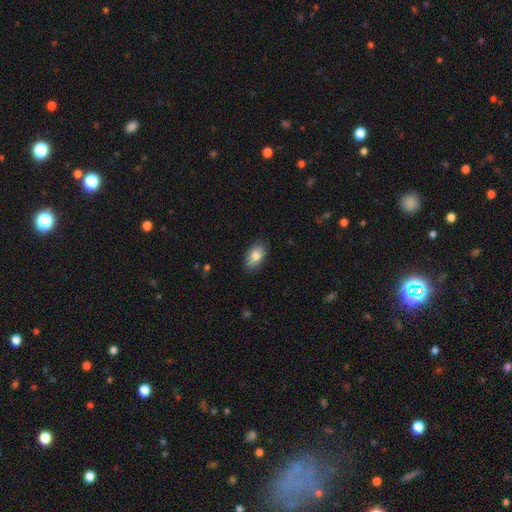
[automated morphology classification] Smooth or featured? smooth (81%)
How rounded? in between (91%)
Merging? none (85%)